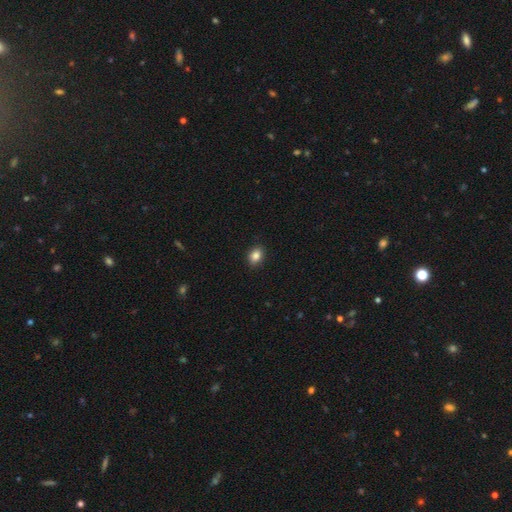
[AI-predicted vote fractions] smooth 85%, star or artifact 9%, featured or disk 5%. Down the decision tree: how rounded — in between (66%); merging — none (89%).